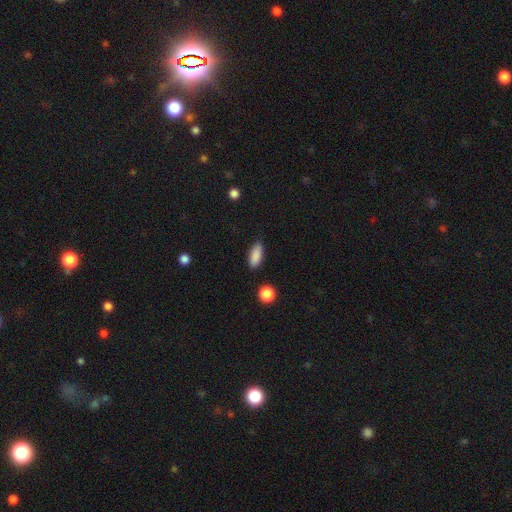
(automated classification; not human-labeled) smooth 88%, star or artifact 7%, featured or disk 5%. Down the decision tree: how rounded — in between (78%); merging — none (85%).